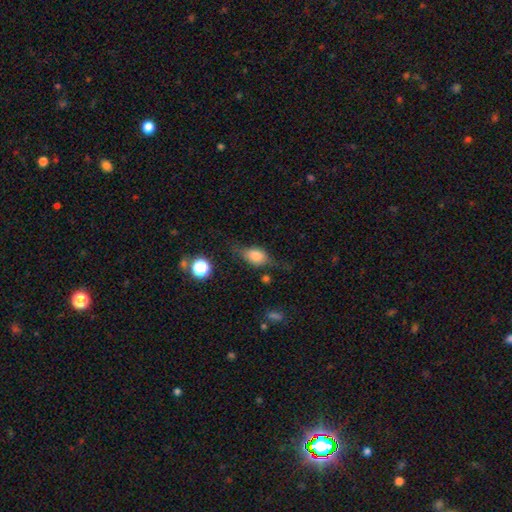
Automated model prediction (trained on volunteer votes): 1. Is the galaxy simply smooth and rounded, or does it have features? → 66% smooth, 24% featured or disk, 10% star or artifact.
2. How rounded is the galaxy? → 73% in between, 20% round, 7% cigar-shaped.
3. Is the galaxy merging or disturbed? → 56% none, 26% minor disturbance, 15% major disturbance, 3% merger.